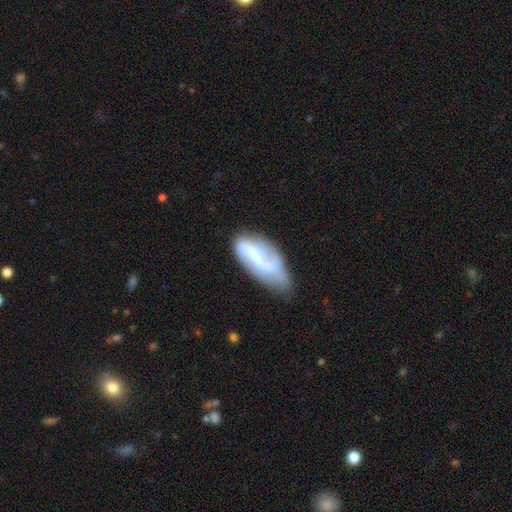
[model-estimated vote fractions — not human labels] smooth_or_featured: featured or disk (p=0.54) [alt: smooth p=0.38]
disk_edge_on: no (p=0.92) [alt: yes p=0.08]
merging: none (p=0.41) [alt: minor disturbance p=0.34]